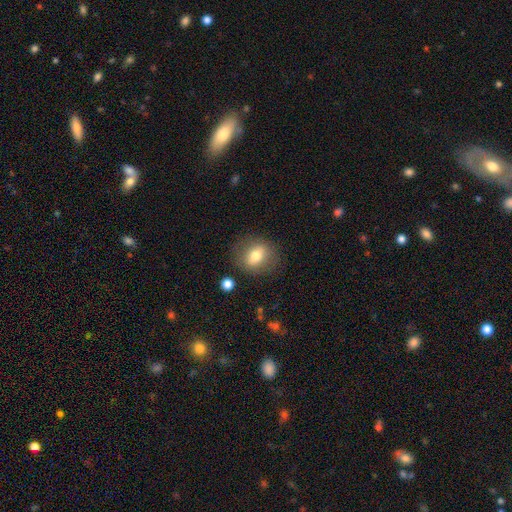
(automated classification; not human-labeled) Smooth or featured? Predicted: smooth (p=0.67). How rounded? Predicted: round (p=0.53). Merging? Predicted: none (p=0.81).